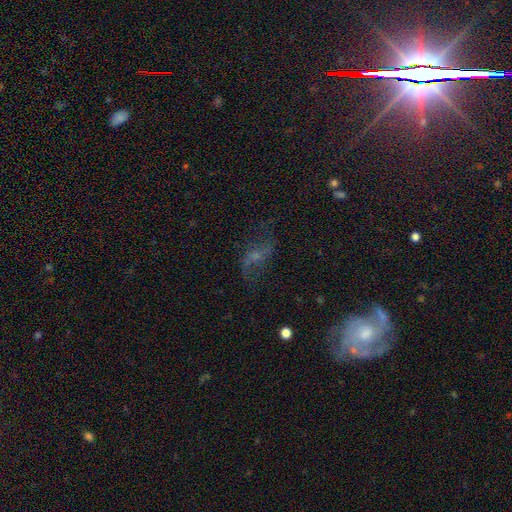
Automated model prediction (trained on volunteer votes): smooth_or_featured: featured or disk (p=0.60) [alt: star or artifact p=0.21]
disk_edge_on: no (p=0.92) [alt: yes p=0.08]
bar: no (p=0.49) [alt: weak p=0.38]
has_spiral_arms: yes (p=0.83) [alt: no p=0.17]
bulge_size: small (p=0.52) [alt: moderate p=0.32]
merging: none (p=0.61) [alt: minor disturbance p=0.18]